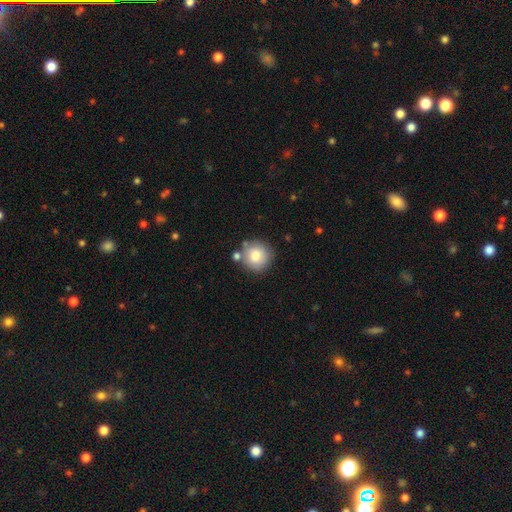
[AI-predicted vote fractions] smooth_or_featured: smooth (p=0.81) [alt: featured or disk p=0.11]
how_rounded: round (p=0.93) [alt: in between p=0.06]
merging: none (p=0.75) [alt: minor disturbance p=0.12]